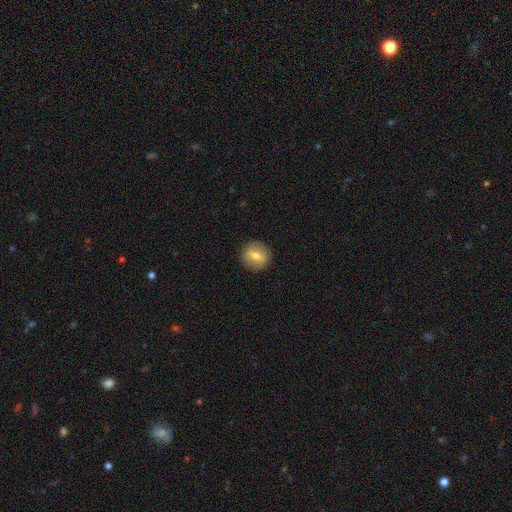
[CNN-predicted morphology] smooth_or_featured: smooth (p=0.61) [alt: featured or disk p=0.31]
how_rounded: round (p=0.90) [alt: in between p=0.09]
merging: none (p=0.90) [alt: minor disturbance p=0.07]